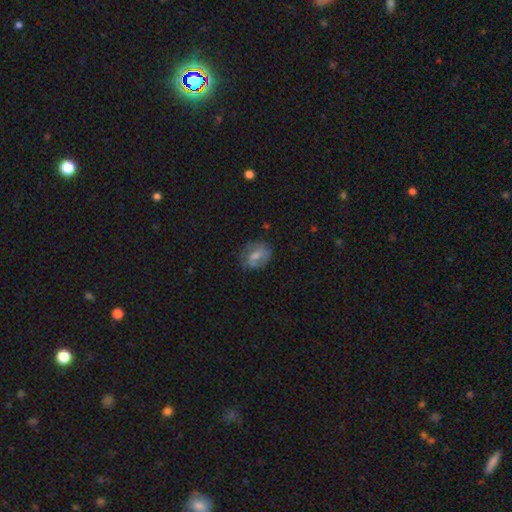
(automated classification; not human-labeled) This appears to be a featured or disk galaxy (46%). Merging: none (72%).